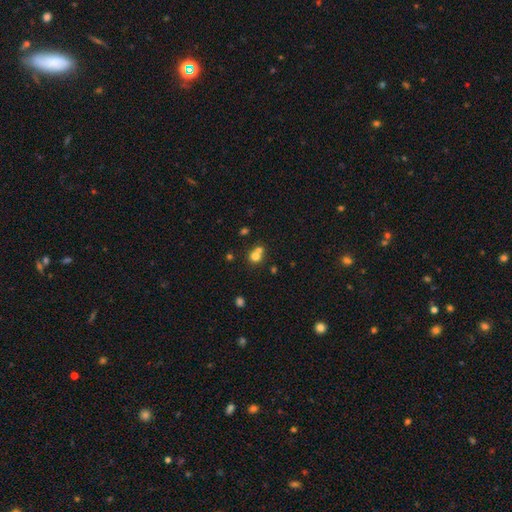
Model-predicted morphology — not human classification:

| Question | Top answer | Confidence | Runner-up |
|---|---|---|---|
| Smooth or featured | smooth | 71% | star or artifact (16%) |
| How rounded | round | 84% | in between (15%) |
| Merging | merger | 48% | none (43%) |